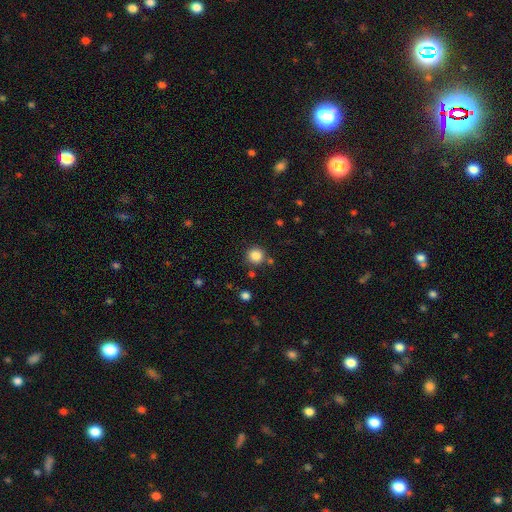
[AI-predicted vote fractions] The model was most divided on "smooth or featured": smooth: 85%, star or artifact: 11%, featured or disk: 4%. More confident: how rounded — round (94%); merging — none (84%).